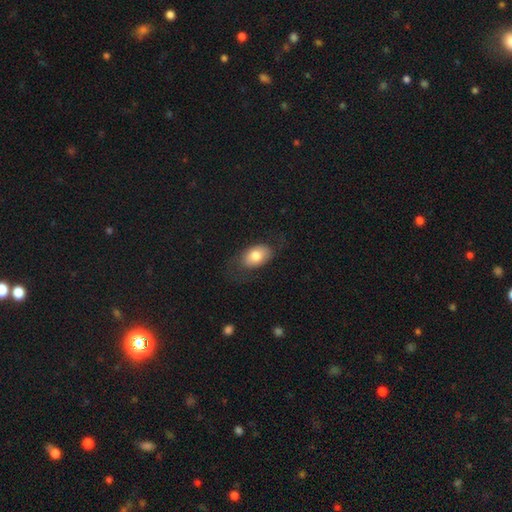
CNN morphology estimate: The model was most divided on "merging": none: 68%, minor disturbance: 19%, major disturbance: 12%, merger: 1%. More confident: how rounded — in between (89%); smooth or featured — smooth (74%).